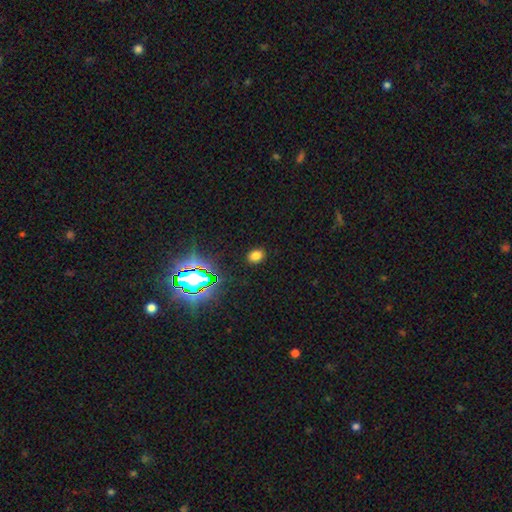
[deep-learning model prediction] Smooth or featured? Predicted: smooth (p=0.72). How rounded? Predicted: in between (p=0.59). Merging? Predicted: none (p=0.88).